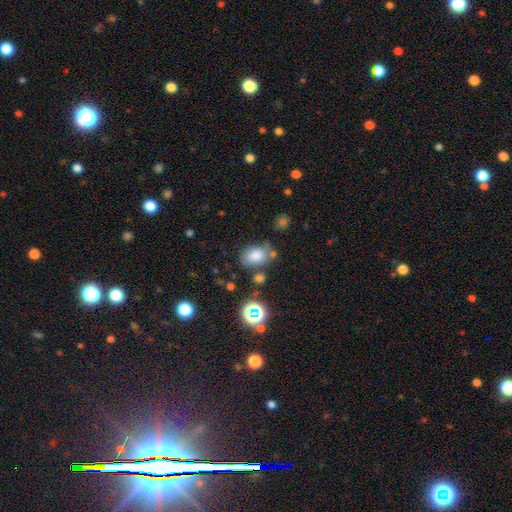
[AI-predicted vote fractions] Q: Smooth or featured?
A: smooth (79%); runner-up: star or artifact (13%)
Q: How rounded?
A: in between (77%); runner-up: round (22%)
Q: Merging?
A: none (64%); runner-up: minor disturbance (18%)